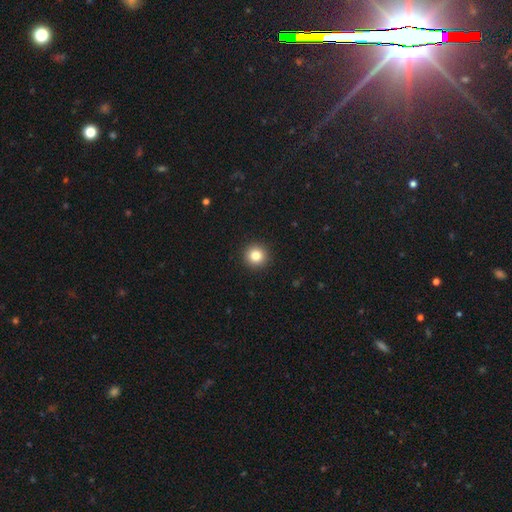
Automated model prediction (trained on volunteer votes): Smooth or featured? smooth (83%)
How rounded? round (95%)
Merging? none (93%)